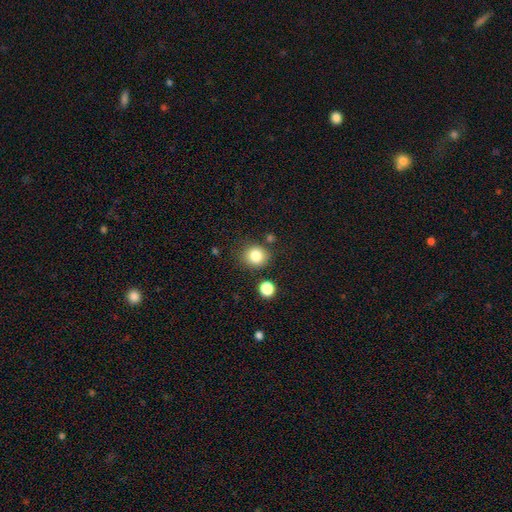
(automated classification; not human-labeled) Smooth or featured: smooth — 84% (star or artifact — 11%)
How rounded: round — 83% (in between — 17%)
Merging: none — 80% (minor disturbance — 11%)